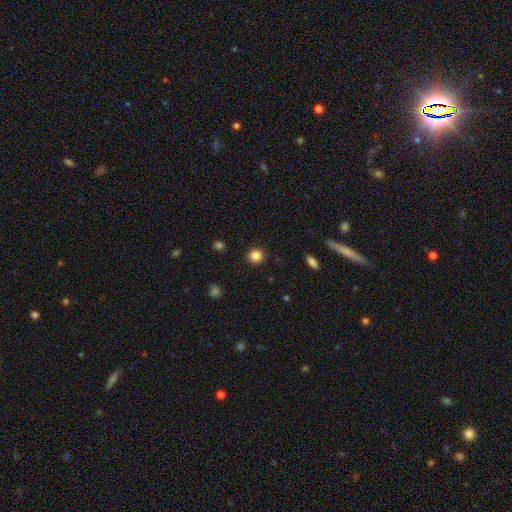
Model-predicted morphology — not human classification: Overall: smooth (85%). How rounded: round (94%). Merging: none (92%).